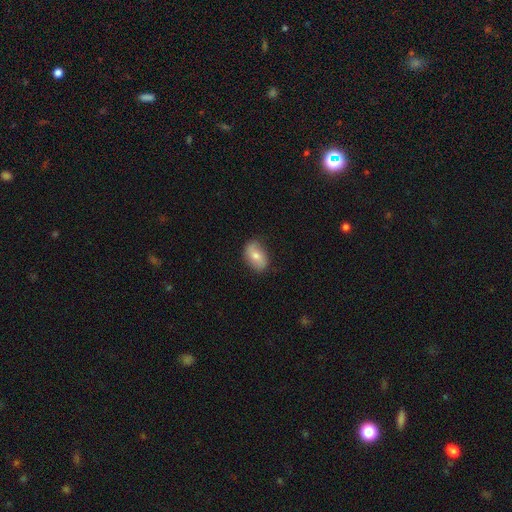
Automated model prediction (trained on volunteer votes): This is likely a smooth galaxy (66%). How rounded: clearly in between (87%). Merging: likely none (77%).